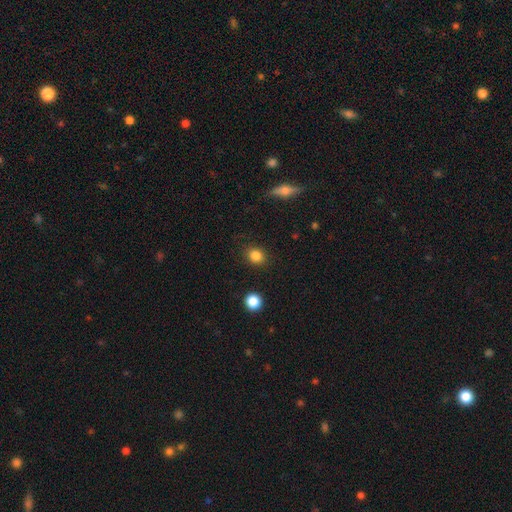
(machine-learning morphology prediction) Overall: smooth (84%). How rounded: round (68%; in between 31%). Merging: none (88%).